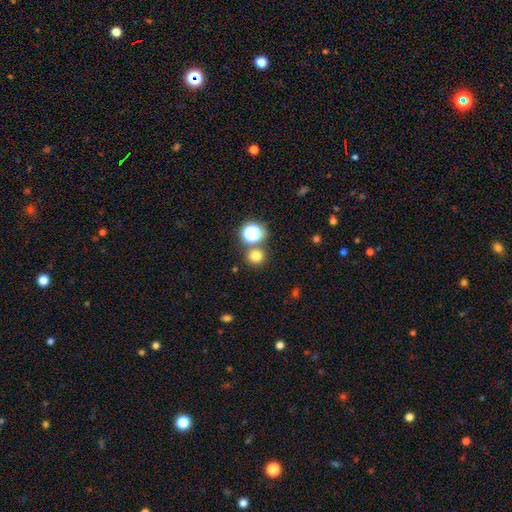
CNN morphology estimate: smooth-or-featured: smooth: 75% | star or artifact: 19% | featured or disk: 5%
  how-rounded: round: 91% | in between: 8% | cigar-shaped: 1%
  merging: none: 75% | merger: 16% | minor disturbance: 7% | major disturbance: 3%